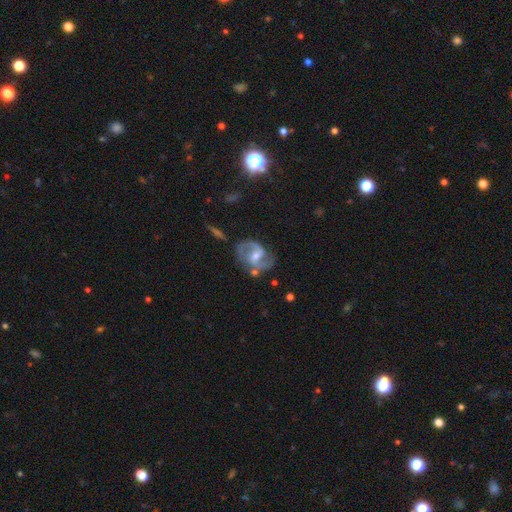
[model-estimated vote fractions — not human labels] smooth-or-featured: featured or disk: 85% | smooth: 9% | star or artifact: 5%
  disk-edge-on: no: 97% | yes: 3%
    bar: weak: 51% | no: 27% | strong: 23%
    has-spiral-arms: yes: 95% | no: 5%
      spiral-winding: medium: 55% | loose: 28% | tight: 17%
      spiral-arm-count: 2: 90% | can't tell: 4% | 1: 3% | 3: 2% | 4: 1% | more than 4: 1%
    bulge-size: moderate: 55% | small: 38% | large: 3% | none: 3% | dominant: 1%
  merging: none: 67% | minor disturbance: 19% | major disturbance: 8% | merger: 6%